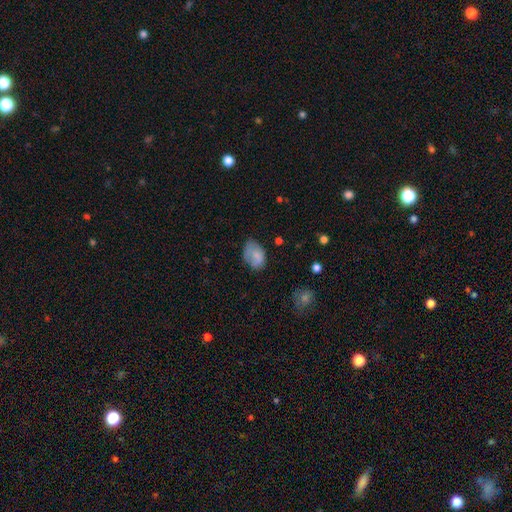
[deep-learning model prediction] A smooth galaxy with no disk features (79%) that is in between round and cigar-shaped (83%). Merging: none (55%).